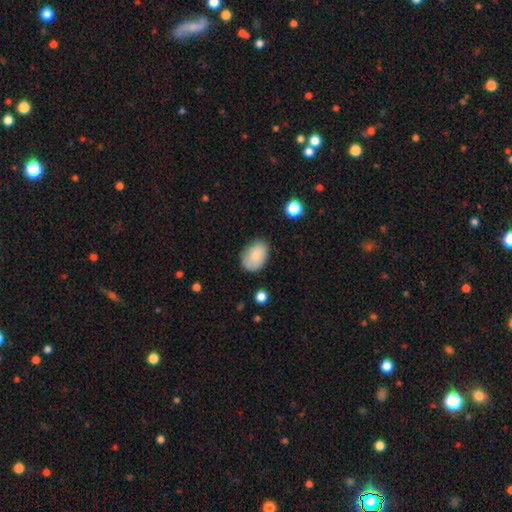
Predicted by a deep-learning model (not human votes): smooth 81%, featured or disk 12%, star or artifact 7%. Down the decision tree: how rounded — in between (82%); merging — none (73%).